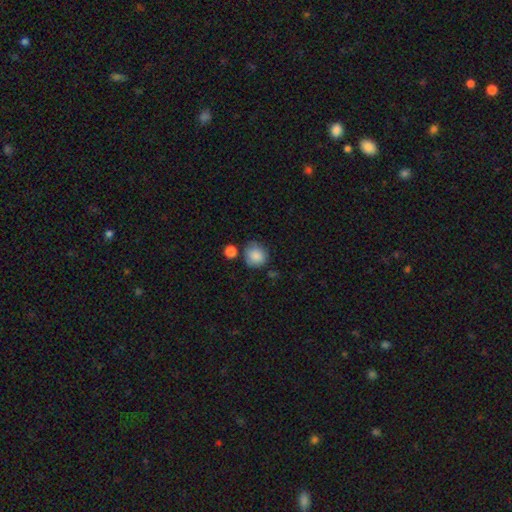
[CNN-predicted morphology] Smooth or featured?
  - smooth: 86% *
  - star or artifact: 8%
  - featured or disk: 6%
How rounded?
  - round: 86% *
  - in between: 13%
  - cigar-shaped: 1%
Merging?
  - none: 71% *
  - minor disturbance: 18%
  - merger: 7%
  - major disturbance: 4%